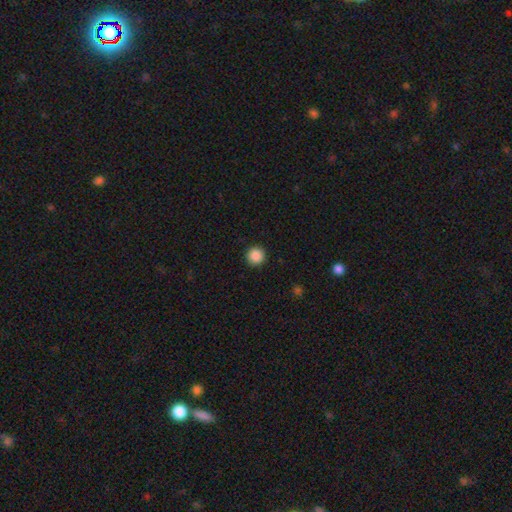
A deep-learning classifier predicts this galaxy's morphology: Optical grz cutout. It shows a smooth galaxy with no disk features (87%) that is round (96%). Merging: none (93%).